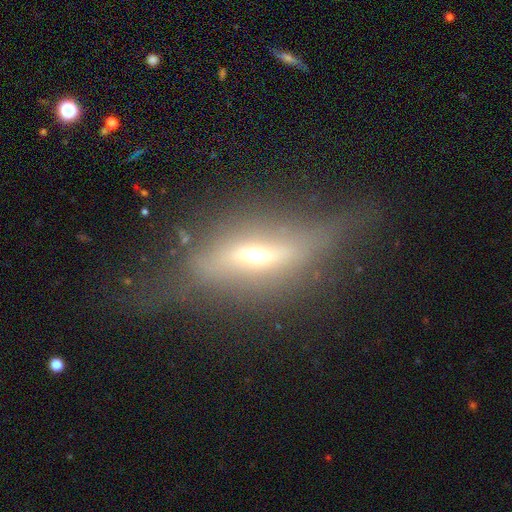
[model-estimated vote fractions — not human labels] Q: Smooth or featured?
A: featured or disk (65%); runner-up: smooth (25%)
Q: Edge-on disk?
A: yes (74%); runner-up: no (26%)
Q: Merging?
A: none (56%); runner-up: minor disturbance (21%)